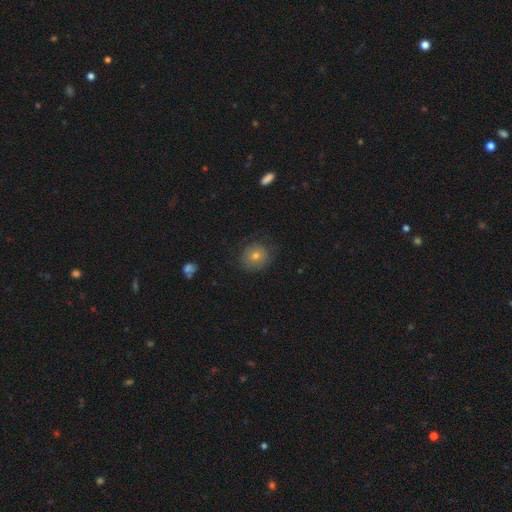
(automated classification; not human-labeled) A smooth galaxy with no disk features (67%) that is round (87%).

Vote fractions:
- Smooth or featured? smooth: 67% / featured or disk: 18% / star or artifact: 16%
- How rounded? round: 87% / in between: 12% / cigar-shaped: 1%
- Merging? none: 81% / minor disturbance: 14% / major disturbance: 5% / merger: 1%